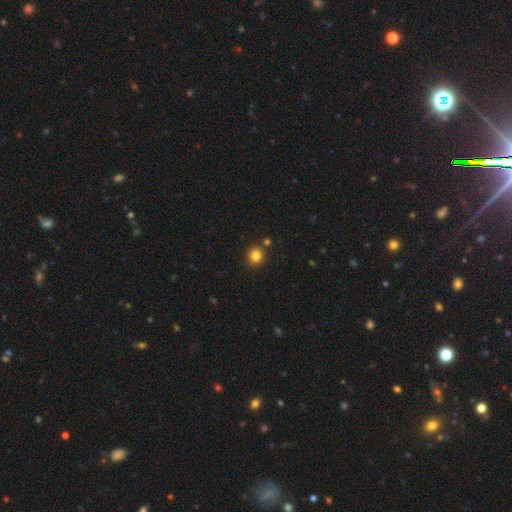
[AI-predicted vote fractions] This is clearly a smooth galaxy (83%). How rounded: clearly round (84%). Merging: clearly none (85%).